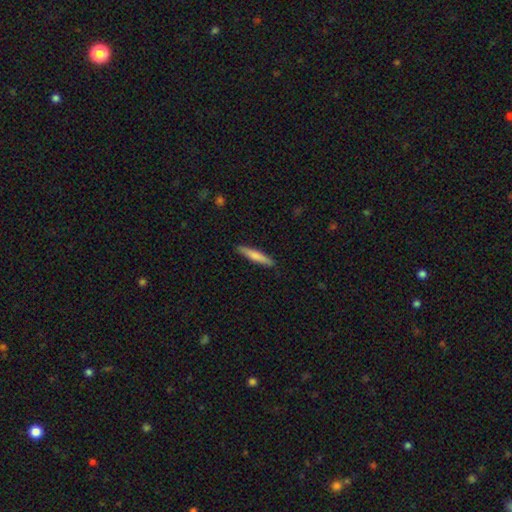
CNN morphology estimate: Overall: smooth (73%). How rounded: cigar-shaped (91%). Merging: none (90%).